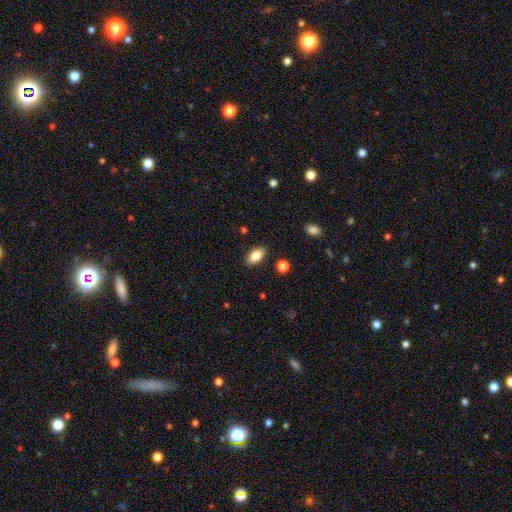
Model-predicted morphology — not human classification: smooth-or-featured: smooth: 84% | star or artifact: 8% | featured or disk: 8%
  how-rounded: in between: 91% | round: 6% | cigar-shaped: 3%
  merging: none: 87% | minor disturbance: 9% | major disturbance: 2% | merger: 2%